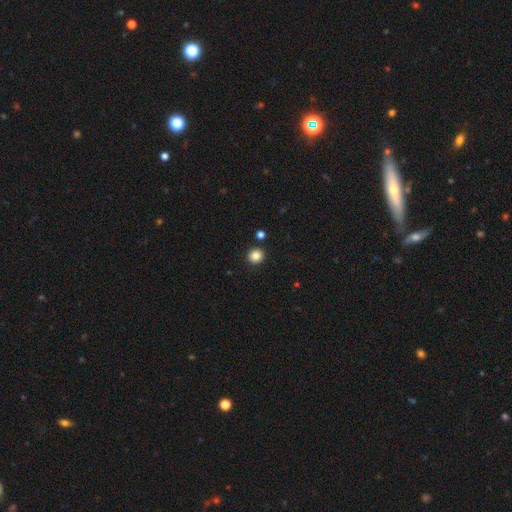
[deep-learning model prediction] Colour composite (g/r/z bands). It shows a smooth galaxy with no disk features (85%) that is round (92%). Merging: none (90%).